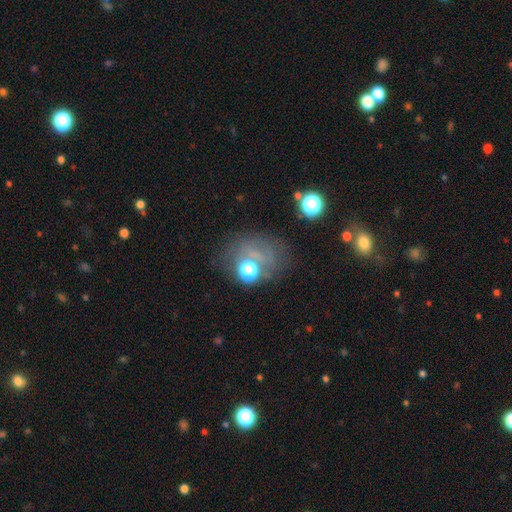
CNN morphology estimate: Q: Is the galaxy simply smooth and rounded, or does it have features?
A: star or artifact — 42%.